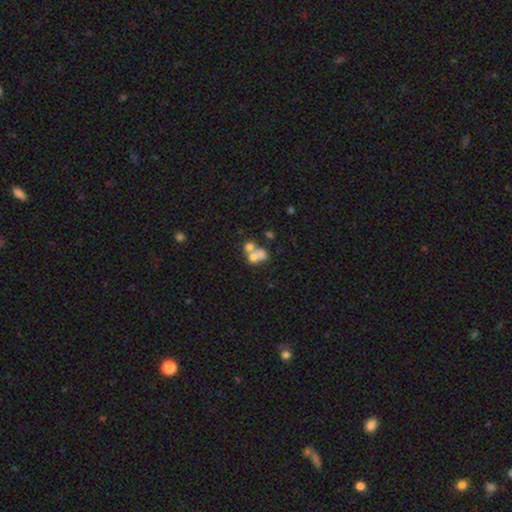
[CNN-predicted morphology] smooth-or-featured: smooth: 60% | featured or disk: 27% | star or artifact: 13%
  how-rounded: round: 51% | in between: 48% | cigar-shaped: 2%
  merging: merger: 65% | none: 21% | minor disturbance: 7% | major disturbance: 6%